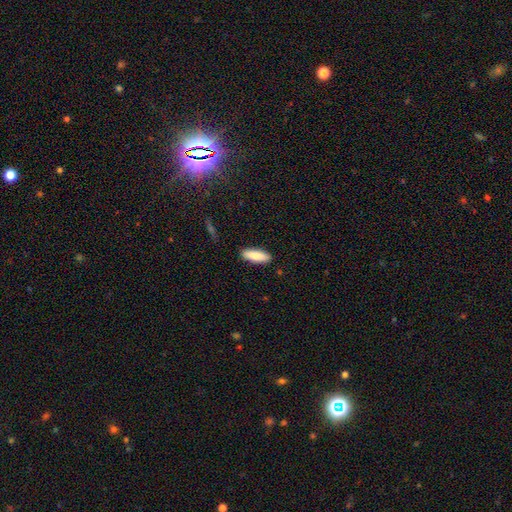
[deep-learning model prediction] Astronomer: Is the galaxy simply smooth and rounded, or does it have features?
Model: smooth — 85%.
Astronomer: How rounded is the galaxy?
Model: in between — 59% (runner-up: cigar-shaped, 39%).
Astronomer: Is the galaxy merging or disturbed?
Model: none — 89%.